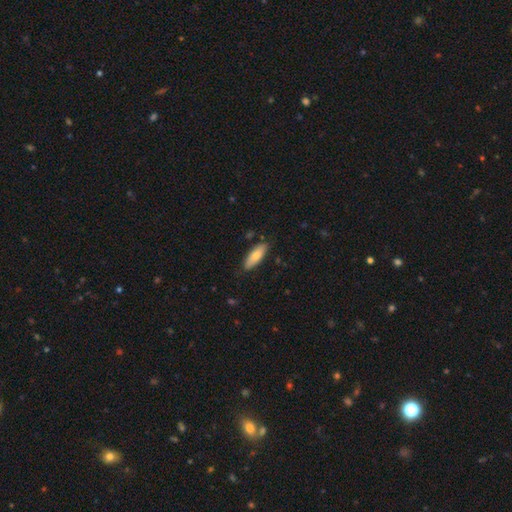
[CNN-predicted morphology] smooth-or-featured: smooth: 76% | featured or disk: 18% | star or artifact: 6%
  how-rounded: in between: 63% | cigar-shaped: 35% | round: 2%
  merging: none: 82% | minor disturbance: 14% | major disturbance: 2% | merger: 2%